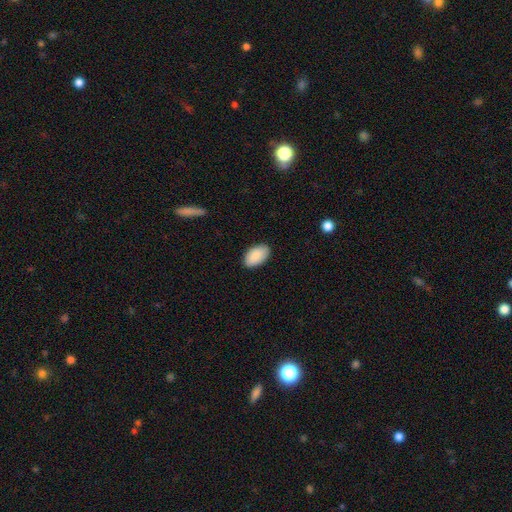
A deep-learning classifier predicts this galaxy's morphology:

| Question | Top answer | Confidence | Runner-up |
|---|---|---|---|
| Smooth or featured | smooth | 89% | star or artifact (6%) |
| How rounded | in between | 95% | round (4%) |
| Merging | none | 87% | minor disturbance (10%) |